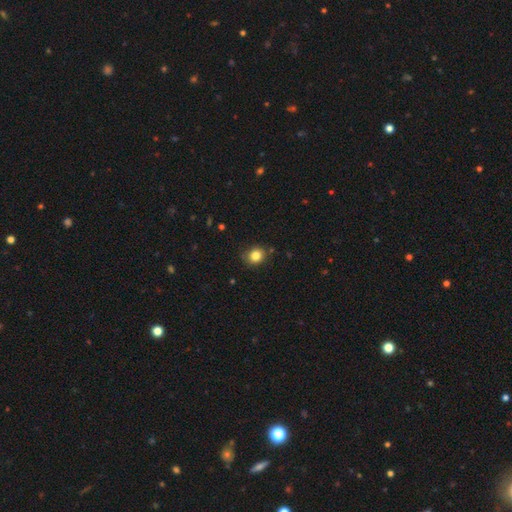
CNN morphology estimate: This appears to be a smooth galaxy with no disk features (83%) that is round (70%). Merging: none (83%).